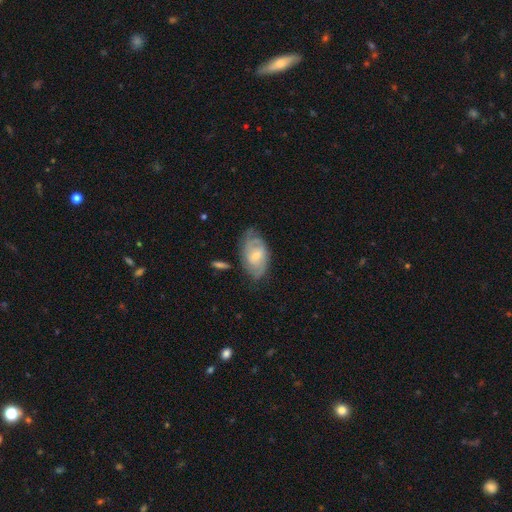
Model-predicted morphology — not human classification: Smooth or featured? featured or disk (67%)
Edge-on disk? no (95%)
Bar? weak (53%)
Spiral arms? yes (86%)
Spiral winding? tight (44%)
Spiral arm count? 2 (53%)
Bulge size? small (49%)
Merging? none (62%)